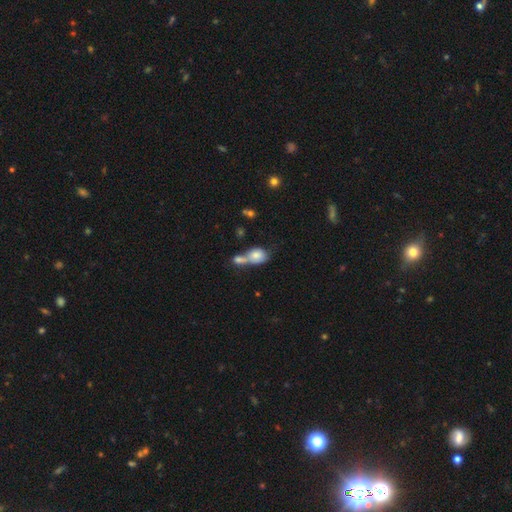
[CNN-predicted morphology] smooth-or-featured: smooth: 77% | featured or disk: 15% | star or artifact: 8%
  how-rounded: in between: 55% | round: 41% | cigar-shaped: 3%
  merging: merger: 66% | none: 19% | minor disturbance: 9% | major disturbance: 7%